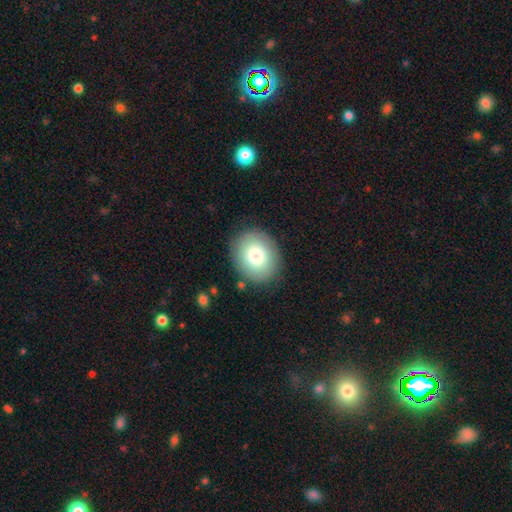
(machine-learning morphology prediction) smooth_or_featured: smooth (p=0.80) [alt: featured or disk p=0.12]
how_rounded: round (p=0.63) [alt: in between p=0.36]
merging: none (p=0.86) [alt: minor disturbance p=0.09]